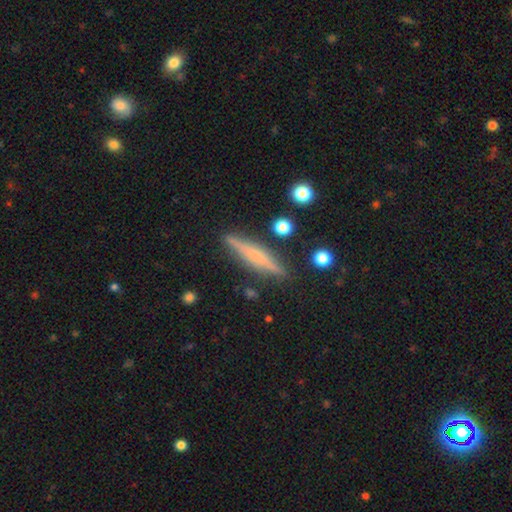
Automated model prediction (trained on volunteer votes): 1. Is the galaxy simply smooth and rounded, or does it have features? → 47% featured or disk, 45% smooth, 9% star or artifact.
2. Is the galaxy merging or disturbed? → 86% none, 9% minor disturbance, 2% merger, 2% major disturbance.